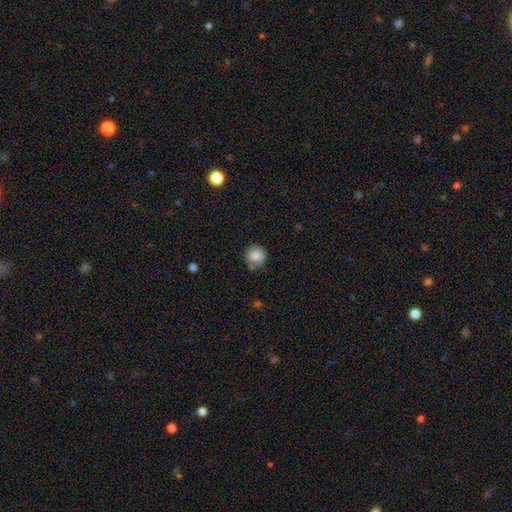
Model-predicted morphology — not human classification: Smooth or featured? Predicted: smooth (p=0.80). How rounded? Predicted: round (p=0.82). Merging? Predicted: none (p=0.64).